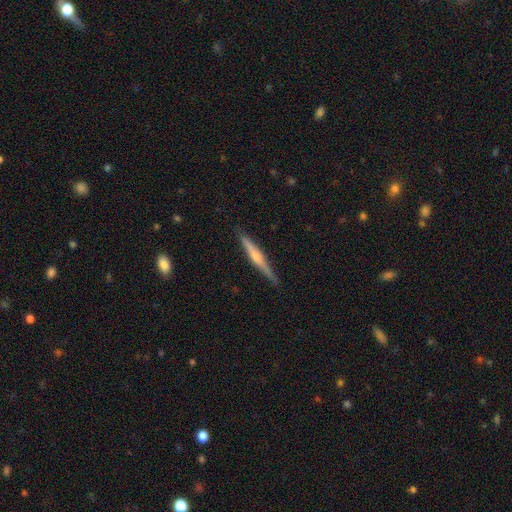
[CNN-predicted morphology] The model was most divided on "smooth or featured": featured or disk: 68%, smooth: 27%, star or artifact: 6%. More confident: edge-on disk — yes (98%); merging — none (87%); edge-on bulge — rounded (78%).